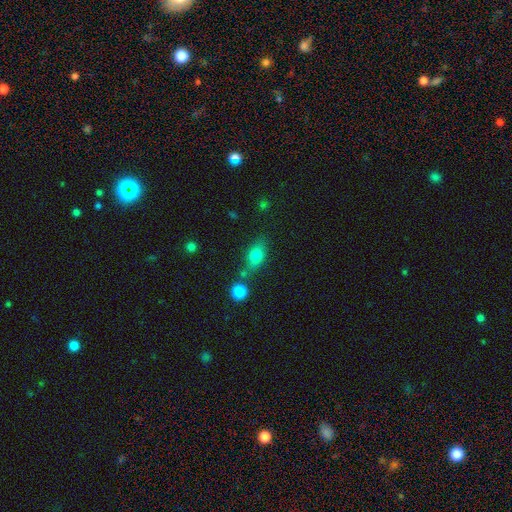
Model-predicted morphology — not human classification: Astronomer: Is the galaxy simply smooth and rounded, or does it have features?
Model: smooth — 76%.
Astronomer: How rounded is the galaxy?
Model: in between — 77%.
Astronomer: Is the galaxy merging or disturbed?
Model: none — 63%.